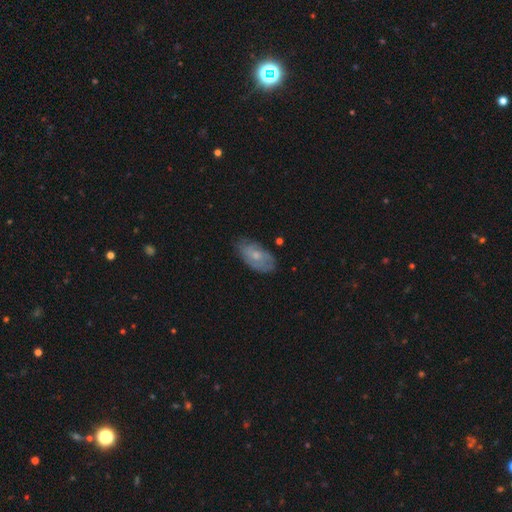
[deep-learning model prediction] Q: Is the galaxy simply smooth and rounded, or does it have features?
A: featured or disk — 50%.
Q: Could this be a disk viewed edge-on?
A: no — 93%.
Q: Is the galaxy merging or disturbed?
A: none — 70%.